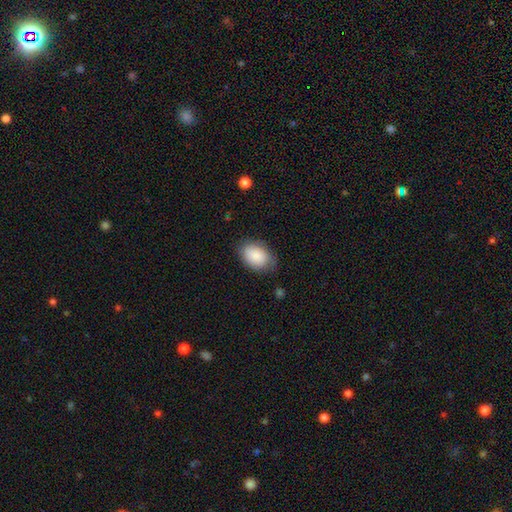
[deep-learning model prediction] A smooth galaxy with no disk features (86%) that is in between round and cigar-shaped (83%). Merging: none (73%).